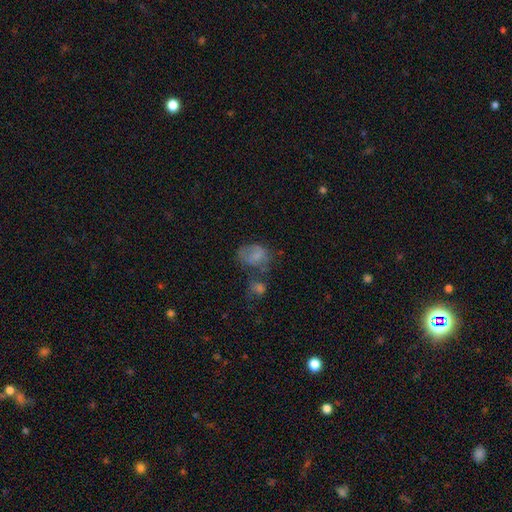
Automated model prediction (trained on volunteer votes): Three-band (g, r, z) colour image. It shows a smooth galaxy with no disk features (66%) that is in between round and cigar-shaped (68%). Merging: none (30%).